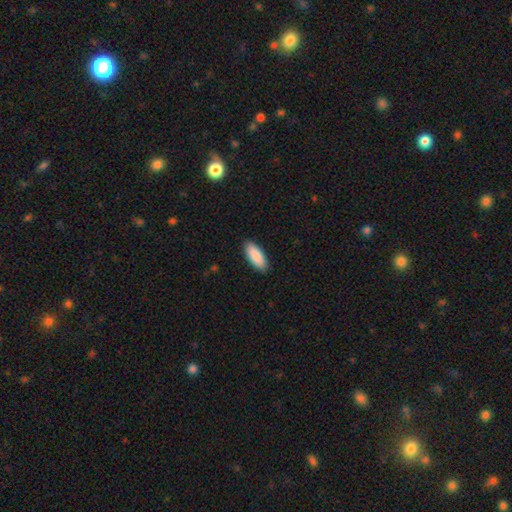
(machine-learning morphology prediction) Smooth or featured? Predicted: smooth (p=0.90). How rounded? Predicted: in between (p=0.80). Merging? Predicted: none (p=0.89).